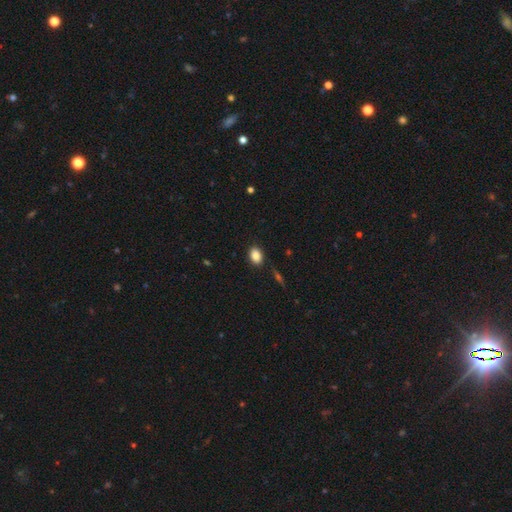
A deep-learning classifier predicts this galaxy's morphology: smooth-or-featured: smooth: 86% | star or artifact: 9% | featured or disk: 5%
  how-rounded: in between: 76% | round: 22% | cigar-shaped: 2%
  merging: none: 86% | minor disturbance: 10% | major disturbance: 2% | merger: 2%